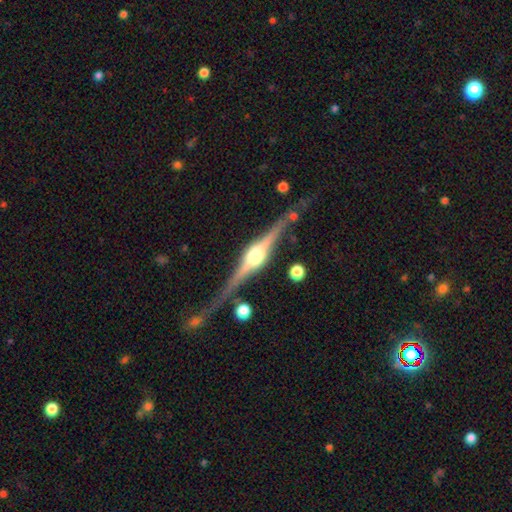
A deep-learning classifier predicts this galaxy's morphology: A featured or disk galaxy (88%) viewed edge-on (98%) with a rounded central bulge (93%).

Vote fractions:
- Smooth or featured? featured or disk: 88% / smooth: 8% / star or artifact: 4%
- Edge-on disk? yes: 98% / no: 2%
- Edge-on bulge? rounded: 93% / boxy: 5% / none: 1%
- Merging? none: 82% / minor disturbance: 12% / merger: 3% / major disturbance: 3%